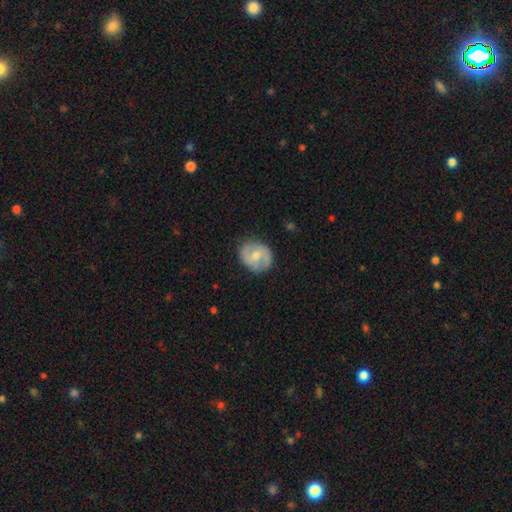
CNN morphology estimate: This is possibly a featured or disk galaxy (57%). It is clearly not viewed edge-on (97%). Bar: possibly no (51%). Spiral arm pattern: clearly yes (81%). Central bulge: likely moderate (63%). Merging: likely none (79%).